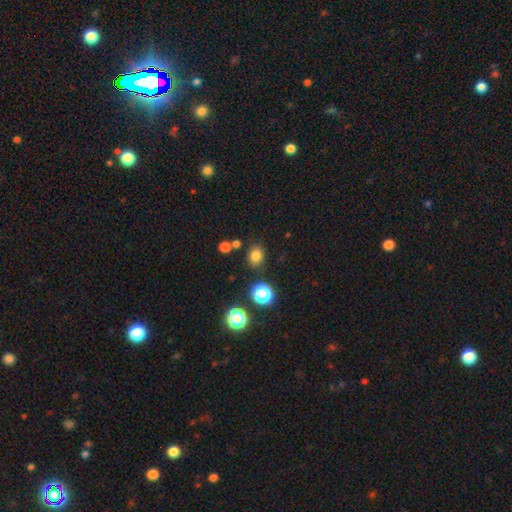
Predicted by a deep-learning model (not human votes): Q: Smooth or featured?
A: smooth (77%); runner-up: star or artifact (17%)
Q: How rounded?
A: round (56%); runner-up: in between (43%)
Q: Merging?
A: none (80%); runner-up: minor disturbance (11%)